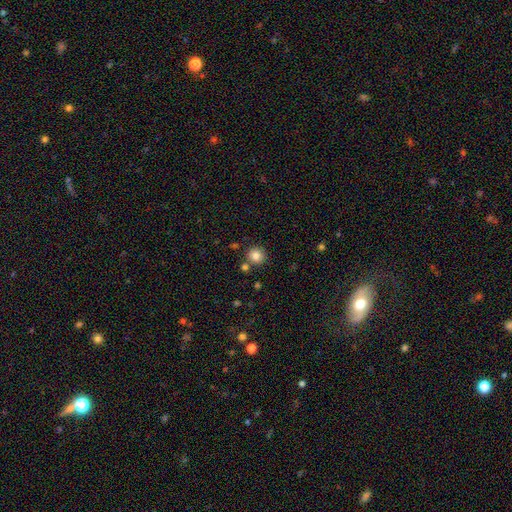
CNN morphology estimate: smooth_or_featured: smooth (p=0.83) [alt: star or artifact p=0.11]
how_rounded: round (p=0.91) [alt: in between p=0.08]
merging: none (p=0.81) [alt: merger p=0.09]